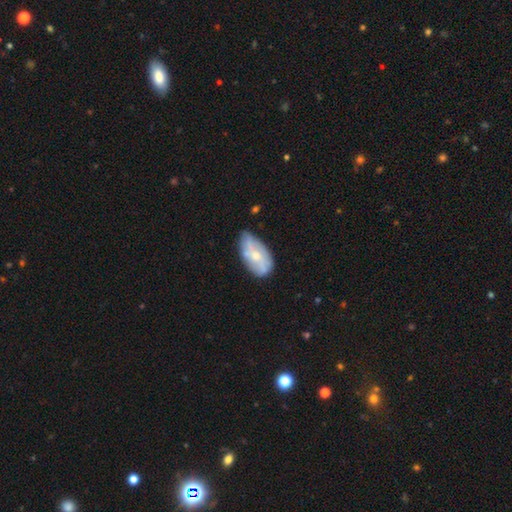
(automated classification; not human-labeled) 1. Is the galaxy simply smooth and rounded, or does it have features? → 48% smooth, 46% featured or disk, 6% star or artifact.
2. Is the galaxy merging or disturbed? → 51% none, 33% minor disturbance, 10% major disturbance, 6% merger.